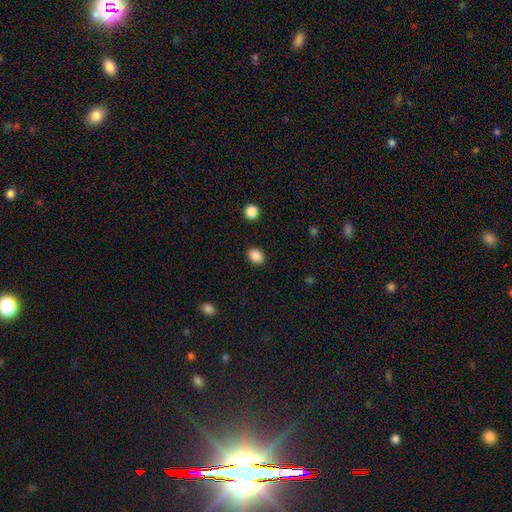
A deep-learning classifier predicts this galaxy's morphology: Smooth or featured: smooth — 88% (star or artifact — 9%)
How rounded: in between — 65% (round — 34%)
Merging: none — 89% (minor disturbance — 7%)